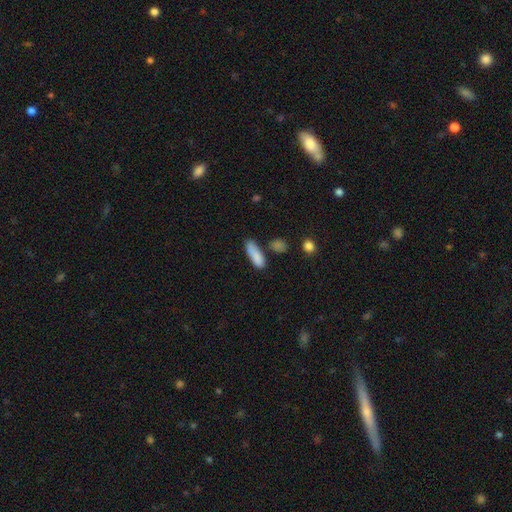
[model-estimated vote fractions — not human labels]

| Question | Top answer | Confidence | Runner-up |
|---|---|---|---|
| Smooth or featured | smooth | 85% | featured or disk (8%) |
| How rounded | in between | 53% | cigar-shaped (45%) |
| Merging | none | 59% | minor disturbance (23%) |